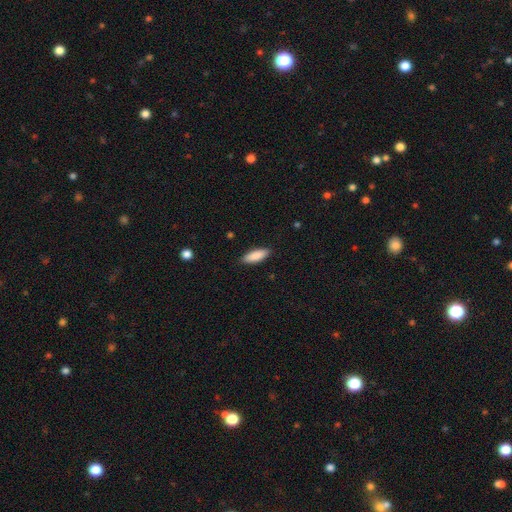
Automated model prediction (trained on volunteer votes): Smooth or featured: smooth — 88% (featured or disk — 6%)
How rounded: in between — 65% (cigar-shaped — 33%)
Merging: none — 88% (minor disturbance — 9%)